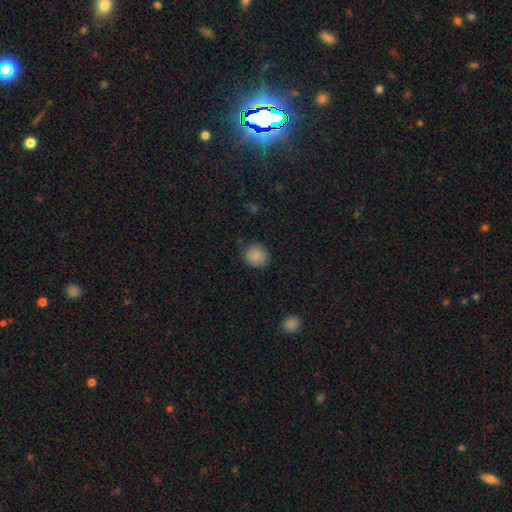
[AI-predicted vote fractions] smooth_or_featured: smooth (p=0.87) [alt: star or artifact p=0.09]
how_rounded: round (p=0.88) [alt: in between p=0.11]
merging: none (p=0.86) [alt: minor disturbance p=0.10]